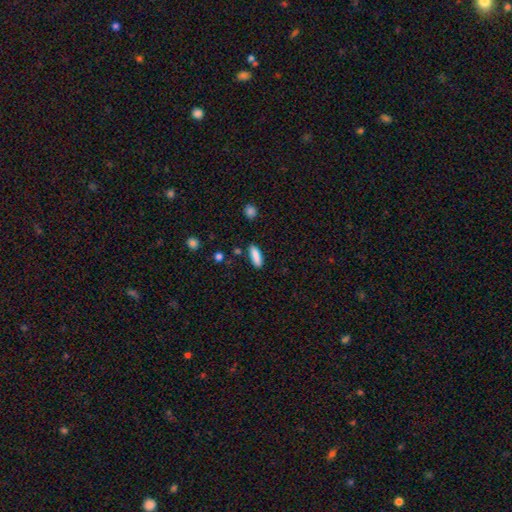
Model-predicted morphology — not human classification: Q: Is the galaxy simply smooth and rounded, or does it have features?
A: smooth — 87%.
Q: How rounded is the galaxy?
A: cigar-shaped — 50%.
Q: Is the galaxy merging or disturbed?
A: none — 85%.